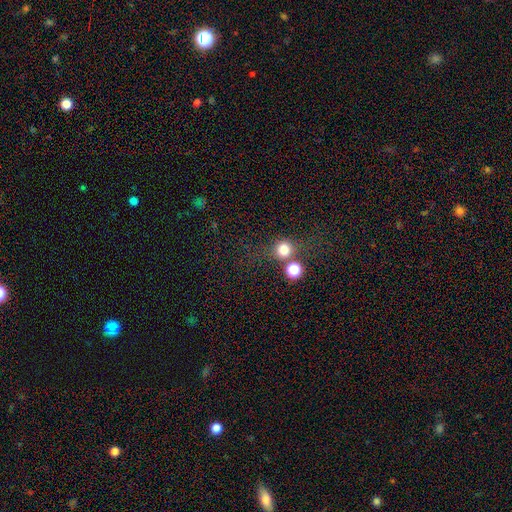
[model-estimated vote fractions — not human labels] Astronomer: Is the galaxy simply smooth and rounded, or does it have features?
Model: star or artifact — 45% (runner-up: smooth, 41%).